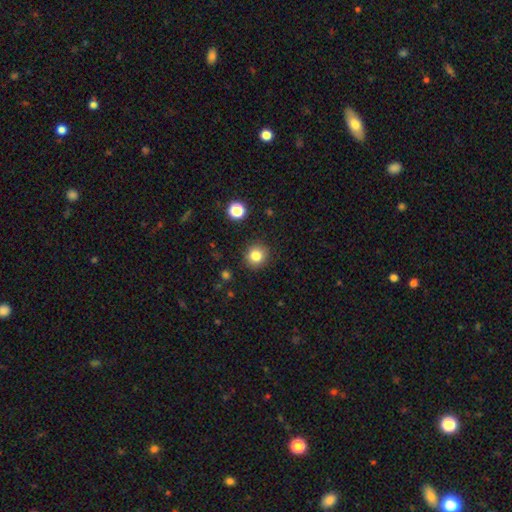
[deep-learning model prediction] The model was most divided on "smooth or featured": smooth: 83%, star or artifact: 11%, featured or disk: 6%. More confident: merging — none (90%); how rounded — round (89%).